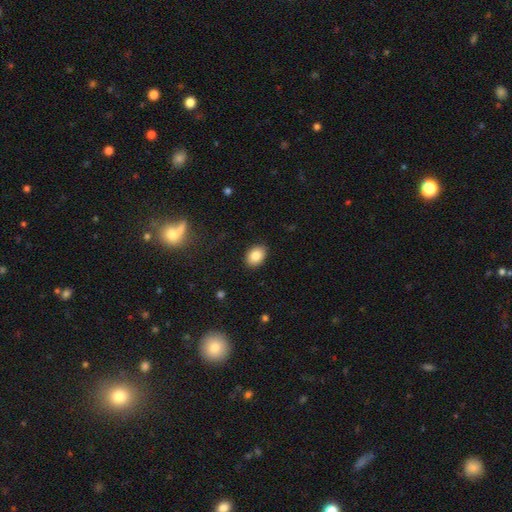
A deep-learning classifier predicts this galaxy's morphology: type=smooth (84%); roundness=in between (78%); merging=none (89%).